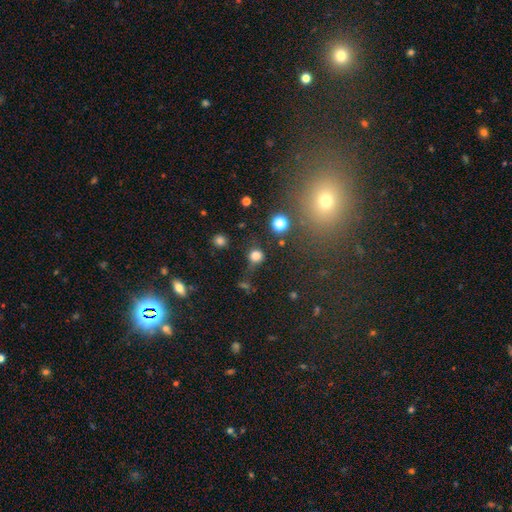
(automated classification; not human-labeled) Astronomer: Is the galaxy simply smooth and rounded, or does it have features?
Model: smooth — 78%.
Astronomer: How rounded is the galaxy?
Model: round — 87%.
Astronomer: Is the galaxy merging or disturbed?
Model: none — 63%.